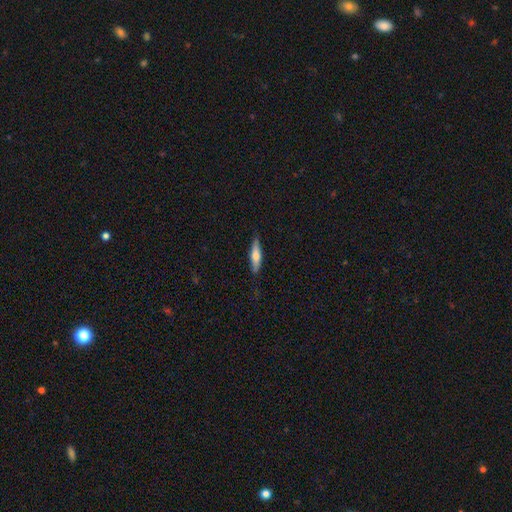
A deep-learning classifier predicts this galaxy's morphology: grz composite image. It shows a smooth galaxy with no disk features (58%) that is cigar-shaped (74%). Merging: none (82%).